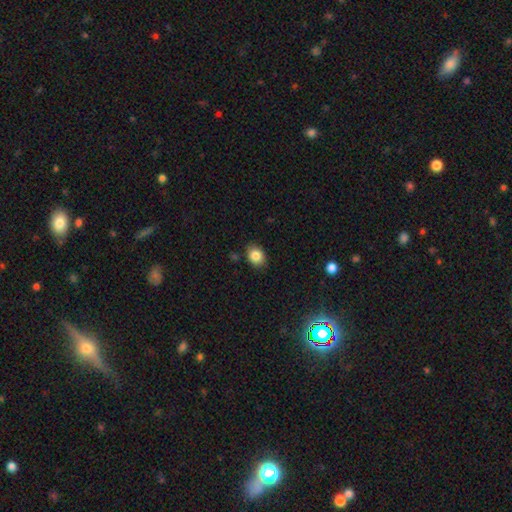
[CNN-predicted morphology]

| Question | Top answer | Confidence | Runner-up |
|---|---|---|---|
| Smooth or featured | smooth | 84% | star or artifact (9%) |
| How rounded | in between | 58% | round (41%) |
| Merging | none | 84% | minor disturbance (12%) |